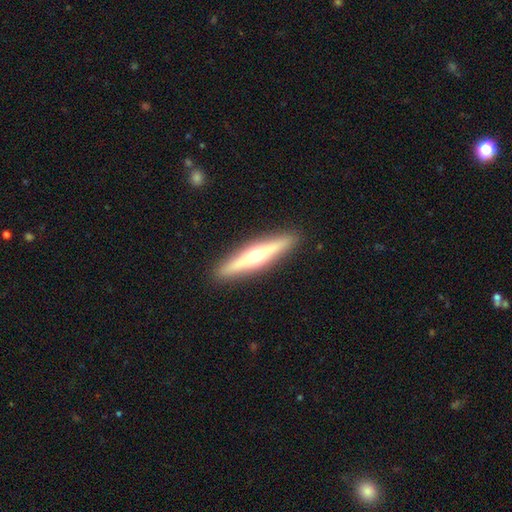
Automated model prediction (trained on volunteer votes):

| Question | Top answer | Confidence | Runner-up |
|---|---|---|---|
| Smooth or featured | featured or disk | 65% | smooth (30%) |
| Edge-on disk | yes | 95% | no (5%) |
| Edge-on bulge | rounded | 91% | none (5%) |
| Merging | none | 91% | minor disturbance (6%) |